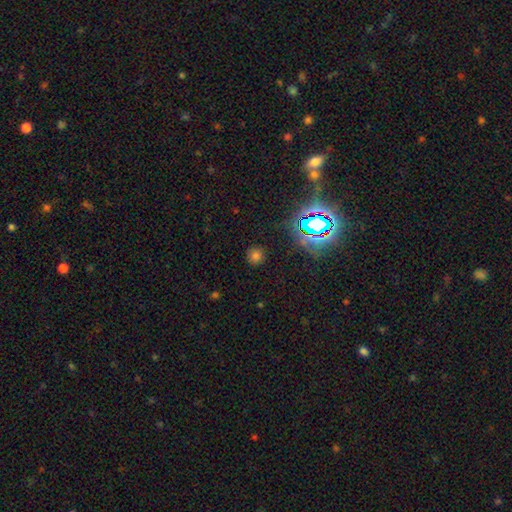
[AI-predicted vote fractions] A smooth galaxy with no disk features (66%) that is round (91%). Merging: none (88%).